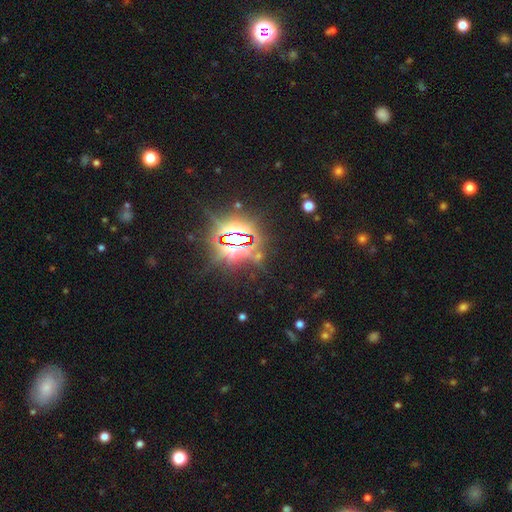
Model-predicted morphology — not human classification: Smooth or featured?
  - star or artifact: 85% *
  - featured or disk: 8%
  - smooth: 7%